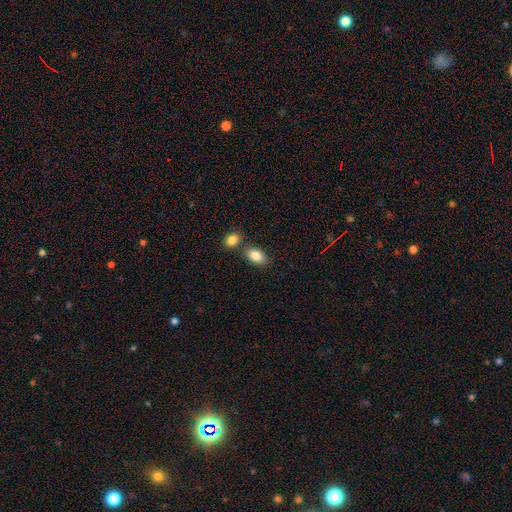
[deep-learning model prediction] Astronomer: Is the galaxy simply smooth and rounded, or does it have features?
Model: smooth — 86%.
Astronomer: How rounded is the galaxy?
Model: in between — 89%.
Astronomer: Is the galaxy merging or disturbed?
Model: none — 69%.